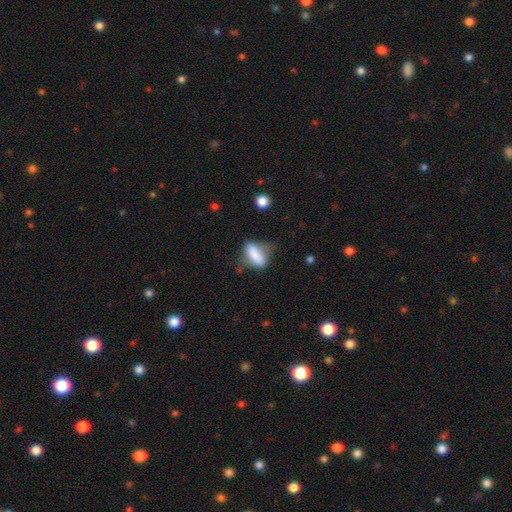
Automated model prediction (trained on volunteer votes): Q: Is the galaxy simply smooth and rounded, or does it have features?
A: smooth — 78%.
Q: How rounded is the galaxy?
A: in between — 78%.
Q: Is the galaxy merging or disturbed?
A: none — 42%.